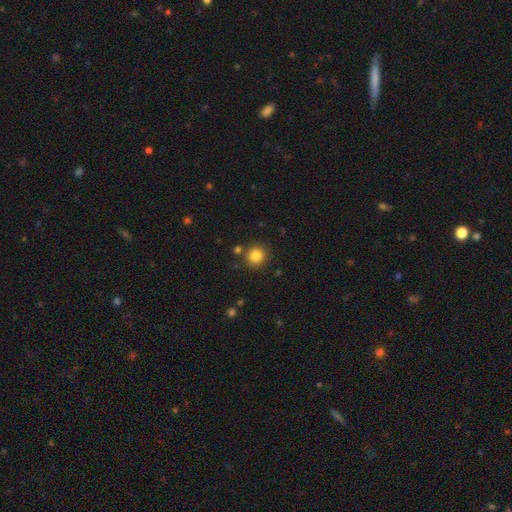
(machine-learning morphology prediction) The model was most divided on "smooth or featured": smooth: 84%, star or artifact: 11%, featured or disk: 4%. More confident: how rounded — round (91%); merging — none (84%).